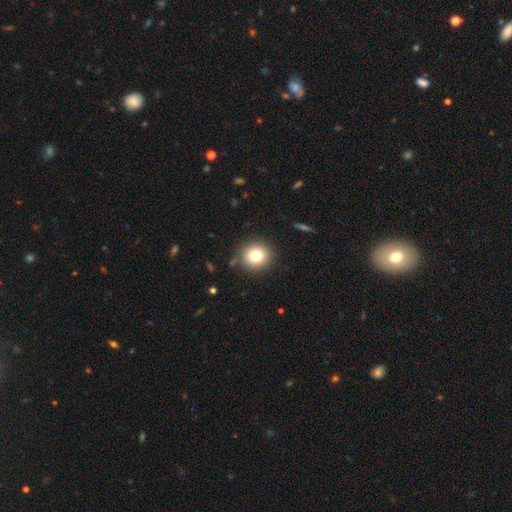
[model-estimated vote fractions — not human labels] smooth 79%, star or artifact 12%, featured or disk 9%. Down the decision tree: how rounded — round (86%); merging — none (87%).